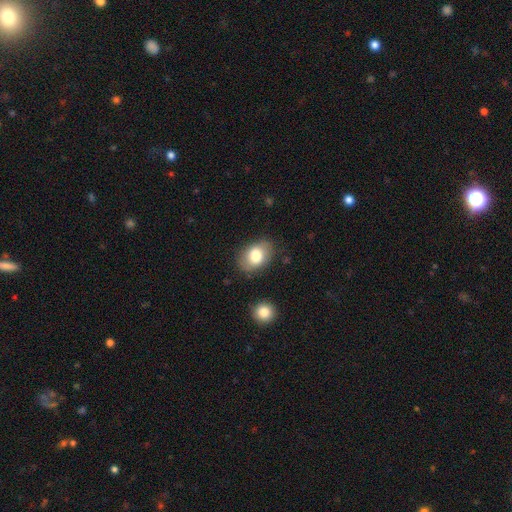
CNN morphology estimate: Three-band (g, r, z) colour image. It shows a smooth galaxy with no disk features (78%) that is in between round and cigar-shaped (81%). Merging: none (81%).